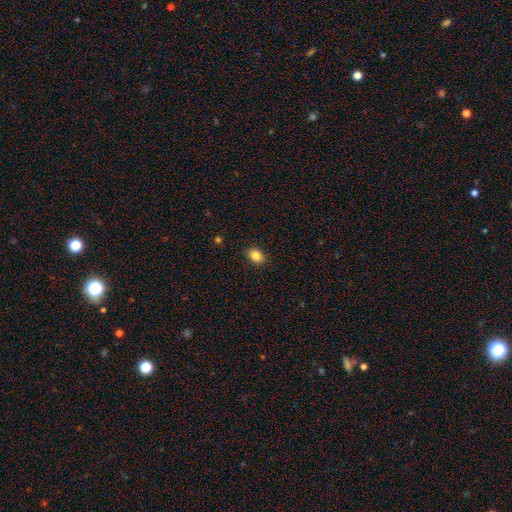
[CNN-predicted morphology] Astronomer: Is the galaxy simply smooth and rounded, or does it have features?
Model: smooth — 85%.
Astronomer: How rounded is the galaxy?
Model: in between — 75%.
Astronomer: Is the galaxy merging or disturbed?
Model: none — 89%.